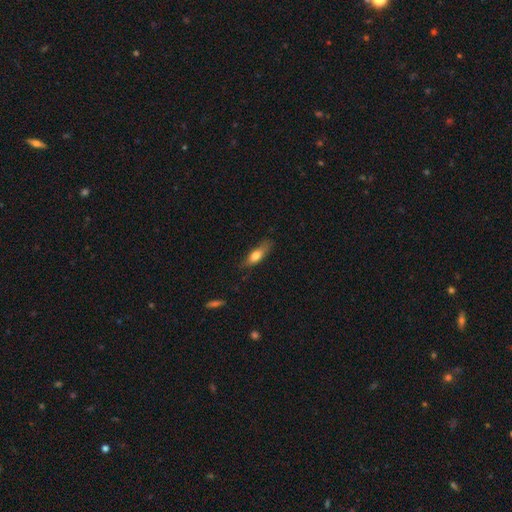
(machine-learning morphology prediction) type=smooth (69%); roundness=cigar-shaped (49%, tied with in between); merging=none (70%).